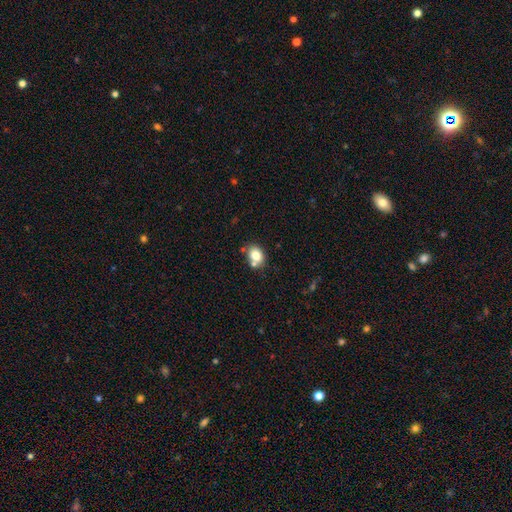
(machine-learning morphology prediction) smooth_or_featured: smooth (p=0.79) [alt: featured or disk p=0.12]
how_rounded: in between (p=0.63) [alt: round p=0.36]
merging: none (p=0.61) [alt: merger p=0.21]